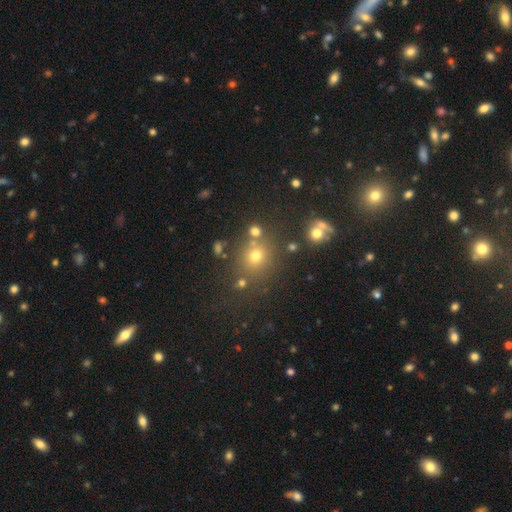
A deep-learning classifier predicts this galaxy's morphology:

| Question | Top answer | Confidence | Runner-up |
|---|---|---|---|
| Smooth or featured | smooth | 66% | star or artifact (24%) |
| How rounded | round | 83% | in between (16%) |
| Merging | none | 74% | merger (11%) |